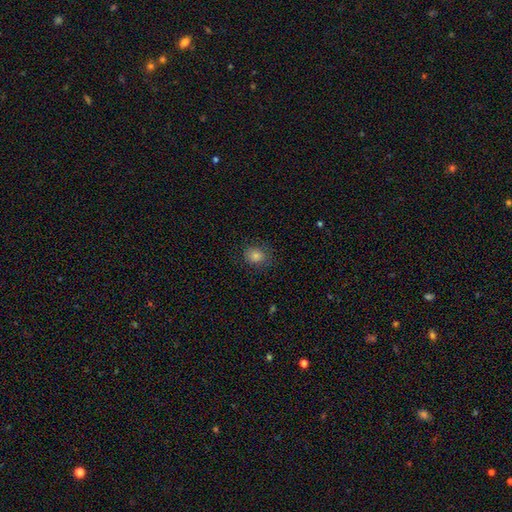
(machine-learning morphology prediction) This appears to be a smooth galaxy with no disk features (77%) that is round (70%). Merging: none (82%).